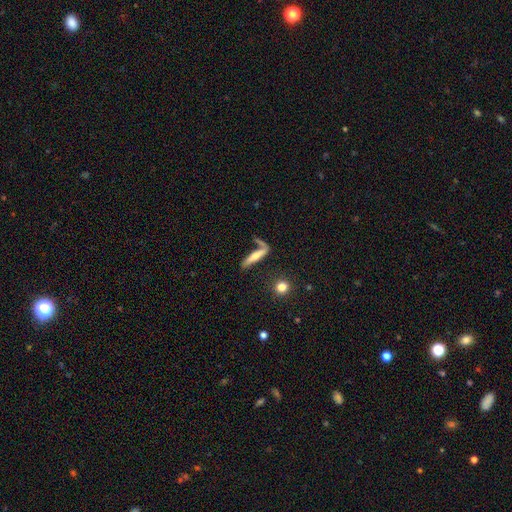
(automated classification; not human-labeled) Smooth or featured? Predicted: smooth (p=0.50). Merging? Predicted: none (p=0.53).